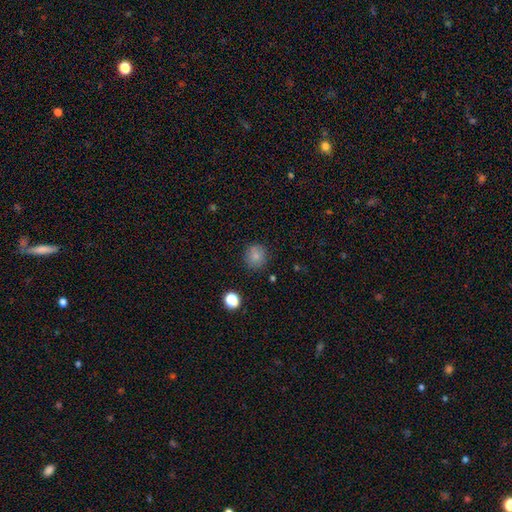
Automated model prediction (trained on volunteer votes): The model was most divided on "smooth or featured": smooth: 81%, star or artifact: 12%, featured or disk: 7%. More confident: how rounded — round (90%); merging — none (84%).